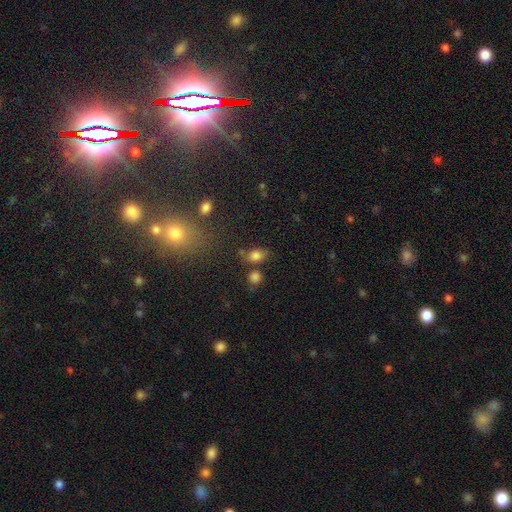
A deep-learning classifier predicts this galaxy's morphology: Overall: smooth (80%). How rounded: in between (68%; round 29%). Merging: none (61%).